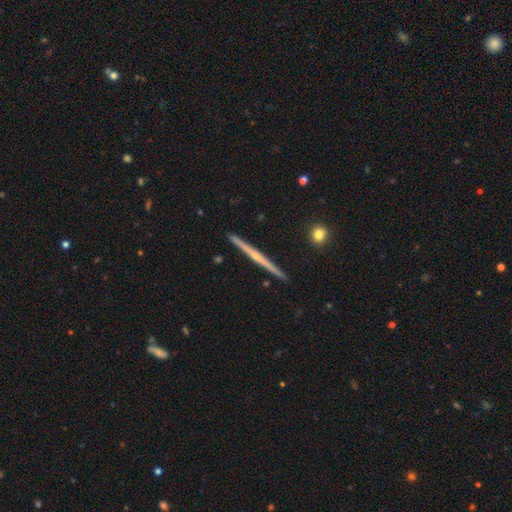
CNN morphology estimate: Smooth or featured? Predicted: featured or disk (p=0.75). Edge-on disk? Predicted: yes (p=0.99). Edge-on bulge? Predicted: rounded (p=0.49). Merging? Predicted: none (p=0.92).